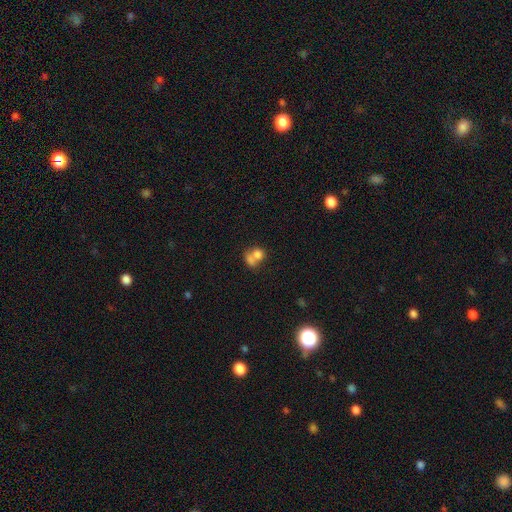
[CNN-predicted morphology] Overall: smooth (73%). How rounded: round (59%; in between 40%). Merging: merger (65%).